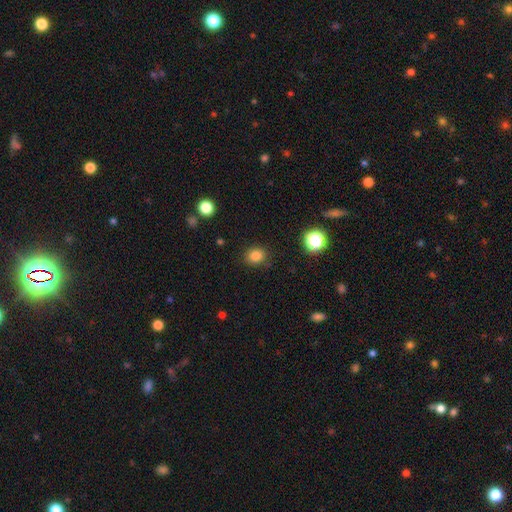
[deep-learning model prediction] Smooth or featured: smooth — 82% (star or artifact — 13%)
How rounded: round — 64% (in between — 35%)
Merging: none — 86% (minor disturbance — 10%)